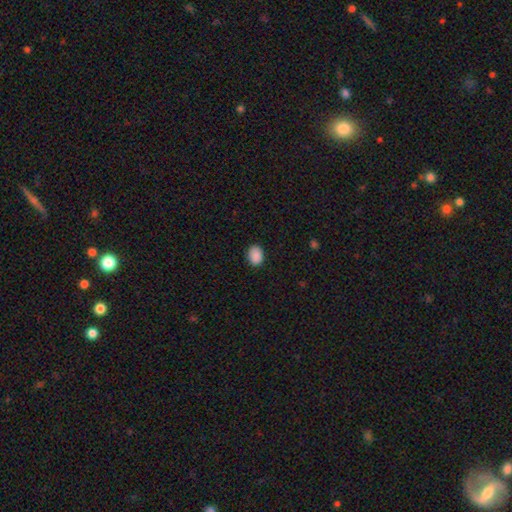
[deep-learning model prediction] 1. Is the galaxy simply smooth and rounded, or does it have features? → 90% smooth, 8% star or artifact, 2% featured or disk.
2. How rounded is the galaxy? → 69% in between, 30% round, 1% cigar-shaped.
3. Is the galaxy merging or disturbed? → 87% none, 10% minor disturbance, 2% major disturbance, 1% merger.